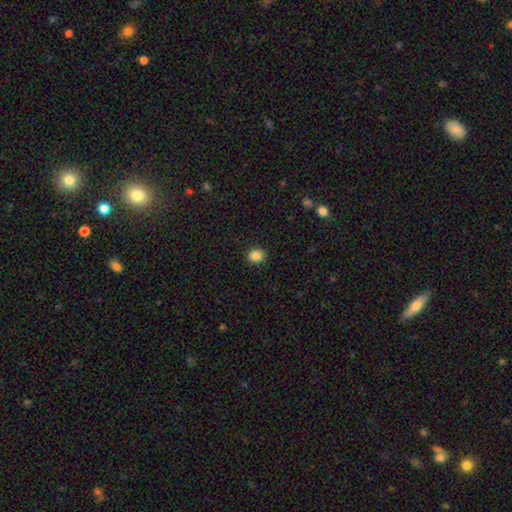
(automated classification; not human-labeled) A smooth galaxy with no disk features (86%) that is round (77%).

Vote fractions:
- Smooth or featured? smooth: 86% / star or artifact: 11% / featured or disk: 3%
- How rounded? round: 77% / in between: 22% / cigar-shaped: 1%
- Merging? none: 91% / minor disturbance: 6% / major disturbance: 2% / merger: 1%